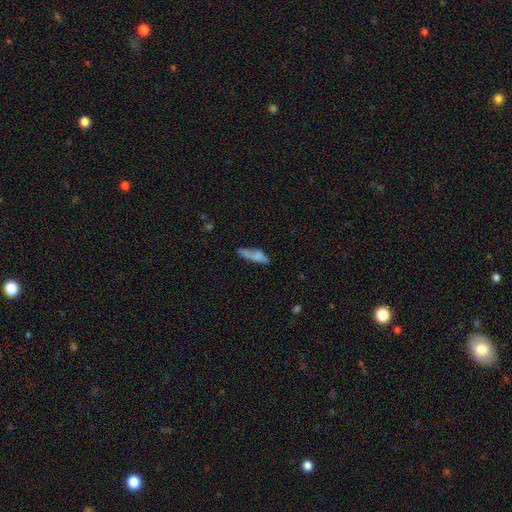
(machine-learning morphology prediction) smooth-or-featured: smooth: 69% | featured or disk: 21% | star or artifact: 9%
  how-rounded: cigar-shaped: 57% | in between: 40% | round: 3%
  merging: none: 47% | minor disturbance: 27% | major disturbance: 13% | merger: 12%